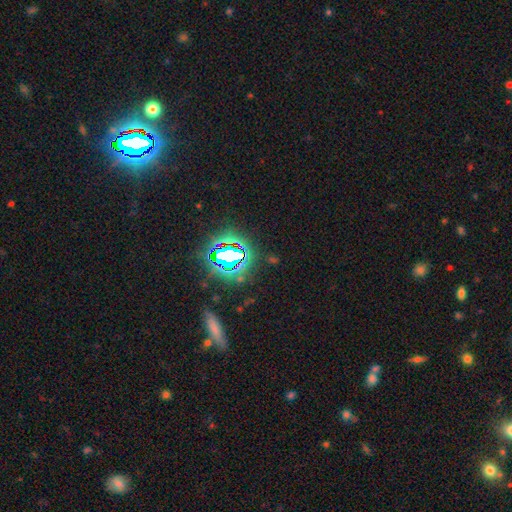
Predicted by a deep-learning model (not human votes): A star or artifact, not a galaxy (78%).

Vote fractions:
- Smooth or featured? star or artifact: 78% / smooth: 13% / featured or disk: 9%